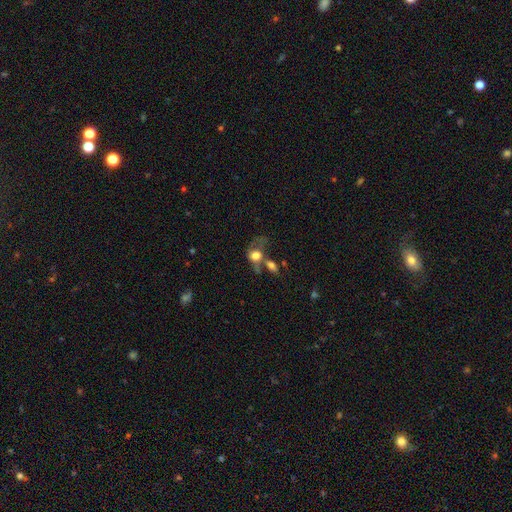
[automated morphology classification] smooth-or-featured: smooth: 62% | featured or disk: 27% | star or artifact: 11%
  how-rounded: in between: 54% | round: 43% | cigar-shaped: 3%
  merging: merger: 50% | major disturbance: 22% | none: 17% | minor disturbance: 11%